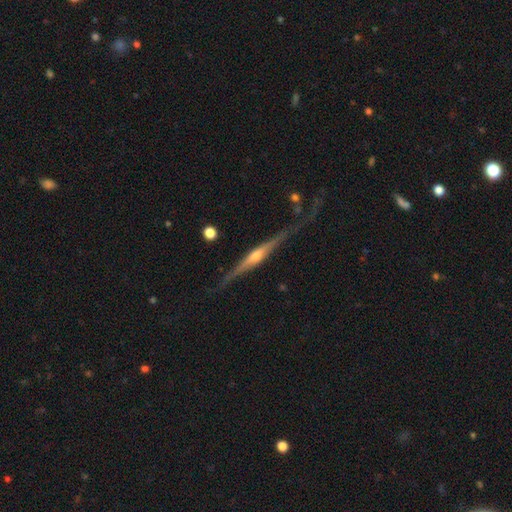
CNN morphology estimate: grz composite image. It shows a featured or disk galaxy (85%) viewed edge-on (97%) with a rounded central bulge (87%). Merging: none (72%).